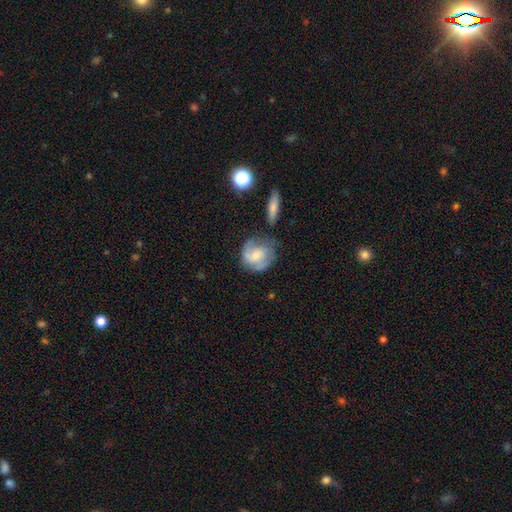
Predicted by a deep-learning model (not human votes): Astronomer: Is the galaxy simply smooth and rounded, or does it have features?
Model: featured or disk — 52% (runner-up: smooth, 41%).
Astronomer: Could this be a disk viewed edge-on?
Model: no — 97%.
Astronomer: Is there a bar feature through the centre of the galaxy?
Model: no — 58% (runner-up: weak, 35%).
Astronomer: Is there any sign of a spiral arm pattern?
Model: yes — 81%.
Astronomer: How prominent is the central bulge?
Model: moderate — 45% (runner-up: small, 40%).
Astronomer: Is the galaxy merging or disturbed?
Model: none — 55%.